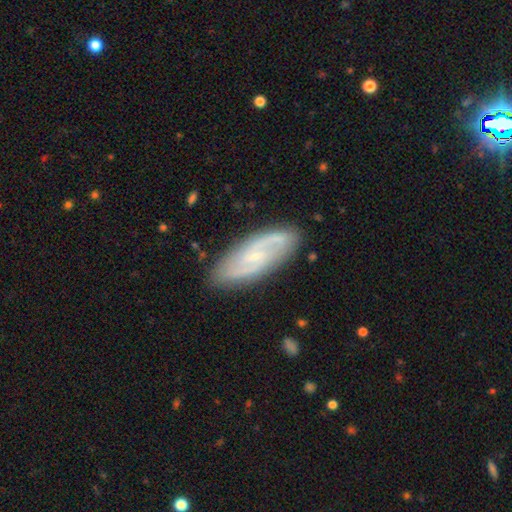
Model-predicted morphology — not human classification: Smooth or featured?
  - featured or disk: 78% *
  - smooth: 16%
  - star or artifact: 6%
Edge-on disk?
  - no: 91% *
  - yes: 9%
Bar?
  - weak: 45% *
  - no: 41%
  - strong: 13%
Spiral arms?
  - yes: 93% *
  - no: 7%
Spiral winding?
  - medium: 46% *
  - loose: 29%
  - tight: 26%
Spiral arm count?
  - 2: 77% *
  - can't tell: 12%
  - 3: 5%
  - 1: 2%
  - 4: 2%
  - more than 4: 2%
Bulge size?
  - small: 77% *
  - moderate: 17%
  - none: 5%
  - large: 1%
  - dominant: 1%
Merging?
  - none: 83% *
  - minor disturbance: 12%
  - major disturbance: 3%
  - merger: 1%